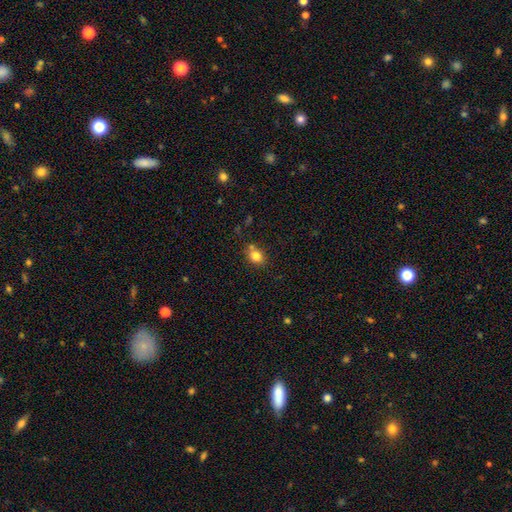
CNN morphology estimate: A smooth galaxy with no disk features (81%) that is round (56%).

Vote fractions:
- Smooth or featured? smooth: 81% / star or artifact: 11% / featured or disk: 8%
- How rounded? round: 56% / in between: 43% / cigar-shaped: 1%
- Merging? none: 68% / minor disturbance: 15% / merger: 13% / major disturbance: 4%